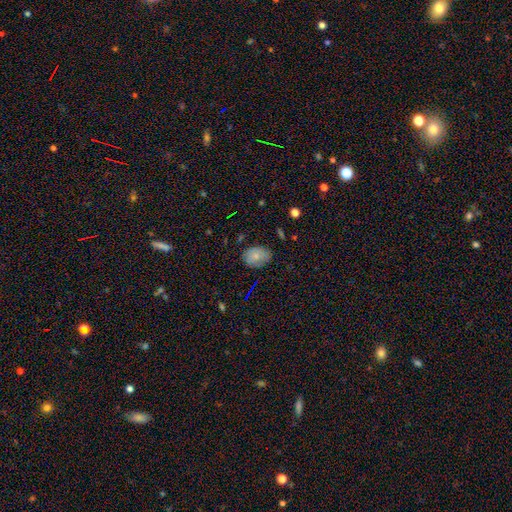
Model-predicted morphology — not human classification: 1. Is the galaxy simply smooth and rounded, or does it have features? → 75% smooth, 15% featured or disk, 10% star or artifact.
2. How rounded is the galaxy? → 74% in between, 25% round, 1% cigar-shaped.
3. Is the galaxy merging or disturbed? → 76% none, 19% minor disturbance, 4% major disturbance, 1% merger.